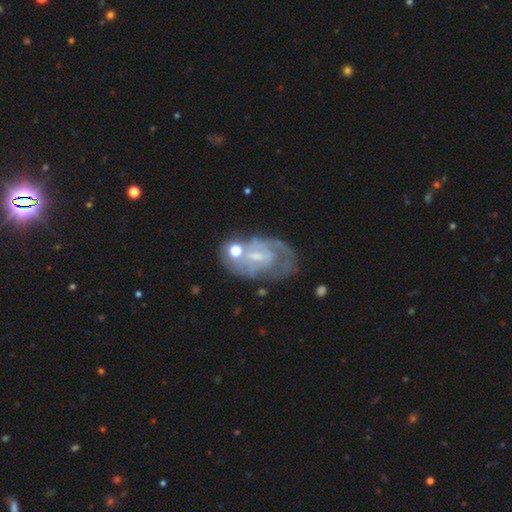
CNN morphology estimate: Q: Smooth or featured?
A: featured or disk (72%); runner-up: smooth (19%)
Q: Edge-on disk?
A: no (96%); runner-up: yes (4%)
Q: Bar?
A: weak (46%); runner-up: no (40%)
Q: Spiral arms?
A: yes (72%); runner-up: no (28%)
Q: Bulge size?
A: small (57%); runner-up: moderate (22%)
Q: Merging?
A: none (51%); runner-up: minor disturbance (21%)